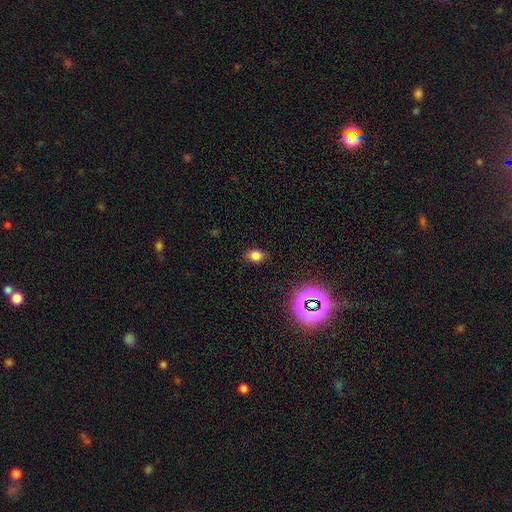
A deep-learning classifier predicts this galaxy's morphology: type=smooth (78%); roundness=in between (63%); merging=none (85%).